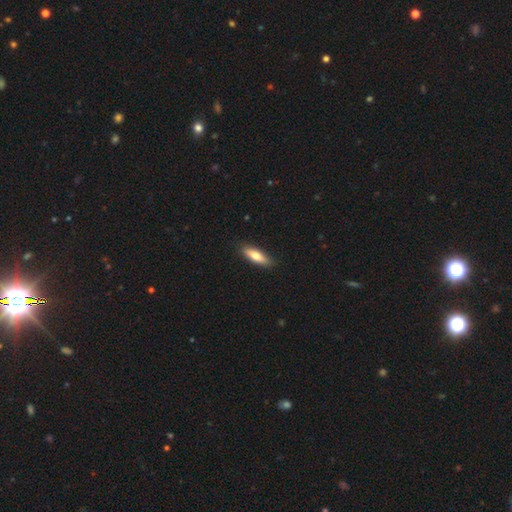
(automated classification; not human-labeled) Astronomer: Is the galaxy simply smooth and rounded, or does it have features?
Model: smooth — 71%.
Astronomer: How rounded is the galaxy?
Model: cigar-shaped — 51% (runner-up: in between, 47%).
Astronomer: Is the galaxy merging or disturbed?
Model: none — 87%.